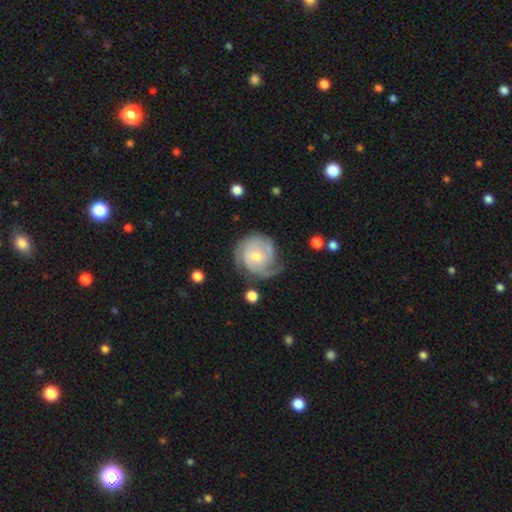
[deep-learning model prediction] Smooth or featured?
  - featured or disk: 80% *
  - smooth: 15%
  - star or artifact: 5%
Edge-on disk?
  - no: 98% *
  - yes: 2%
Bar?
  - no: 64% *
  - weak: 31%
  - strong: 5%
Spiral arms?
  - yes: 94% *
  - no: 6%
Spiral winding?
  - tight: 56% *
  - medium: 33%
  - loose: 11%
Spiral arm count?
  - 2: 40% *
  - can't tell: 23%
  - 3: 20%
  - 1: 8%
  - 4: 5%
  - more than 4: 4%
Bulge size?
  - moderate: 48% *
  - small: 47%
  - large: 2%
  - none: 2%
  - dominant: 1%
Merging?
  - none: 61% *
  - minor disturbance: 24%
  - major disturbance: 13%
  - merger: 3%